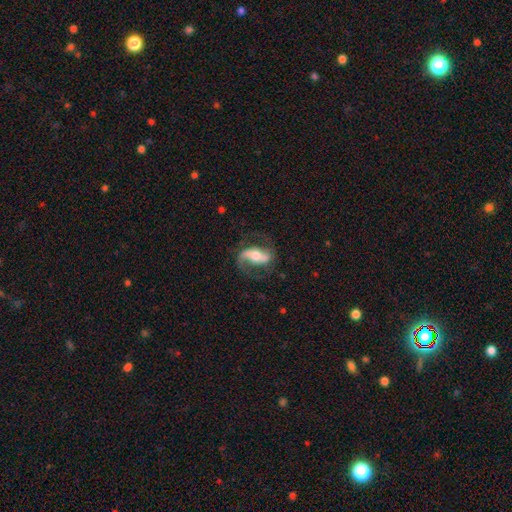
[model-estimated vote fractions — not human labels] Smooth or featured: featured or disk — 78% (smooth — 16%)
Edge-on disk: no — 94% (yes — 6%)
Bar: strong — 44% (weak — 31%)
Spiral arms: yes — 91% (no — 9%)
Spiral winding: loose — 45% (medium — 43%)
Spiral arm count: 2 — 86% (1 — 8%)
Bulge size: moderate — 62% (small — 20%)
Merging: none — 65% (minor disturbance — 17%)